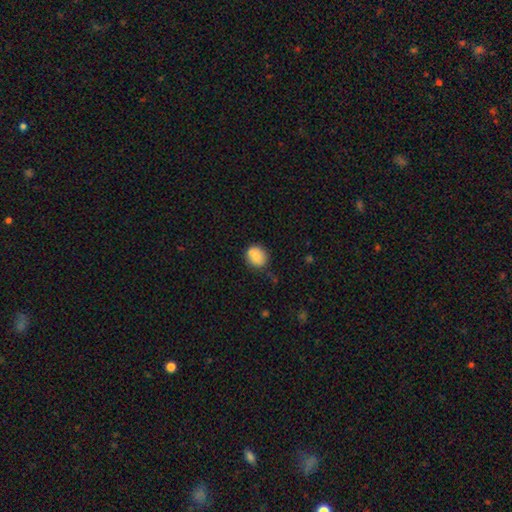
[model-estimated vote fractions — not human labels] This appears to be a smooth galaxy with no disk features (81%) that is round (65%). Merging: none (65%).